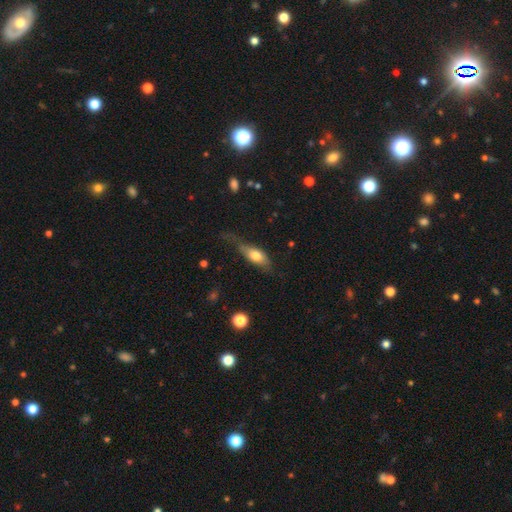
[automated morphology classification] This appears to be a smooth galaxy with no disk features (67%) that is in between round and cigar-shaped (73%). Merging: none (40%).